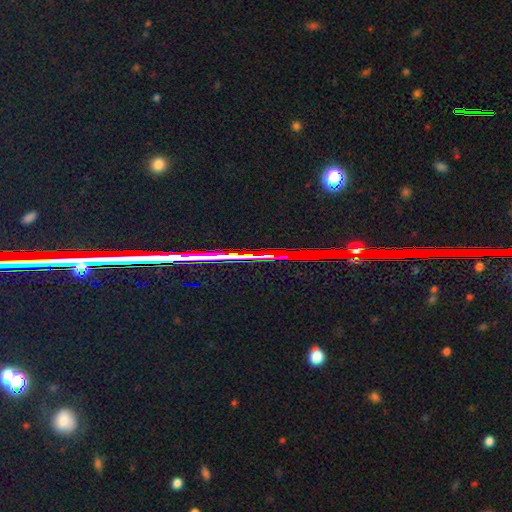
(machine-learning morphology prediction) star or artifact 80%, featured or disk 11%, smooth 9%.